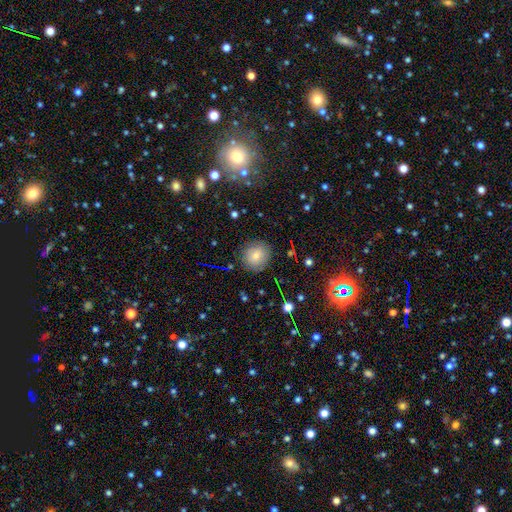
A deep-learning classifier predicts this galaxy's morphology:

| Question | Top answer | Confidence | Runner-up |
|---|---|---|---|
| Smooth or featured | smooth | 67% | star or artifact (19%) |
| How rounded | round | 87% | in between (12%) |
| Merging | none | 87% | minor disturbance (8%) |